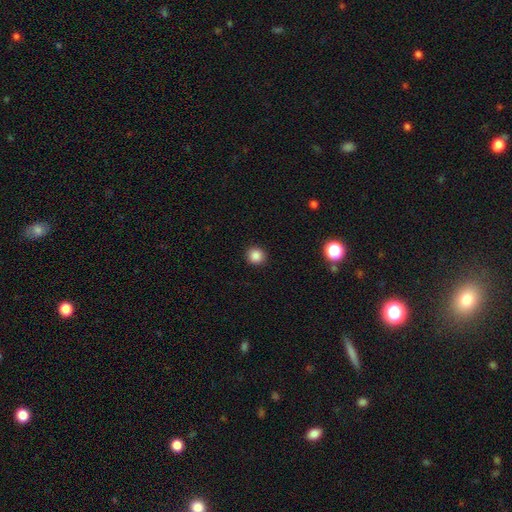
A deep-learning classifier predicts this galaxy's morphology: type=smooth (86%); roundness=round (92%); merging=none (92%).